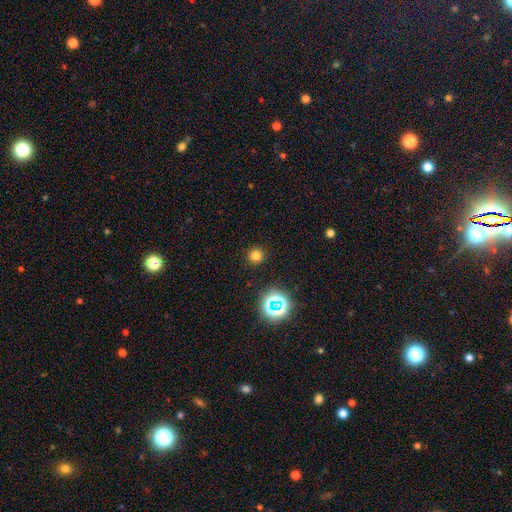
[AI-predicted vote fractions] This appears to be a smooth galaxy with no disk features (74%) that is round (92%). Merging: none (90%).